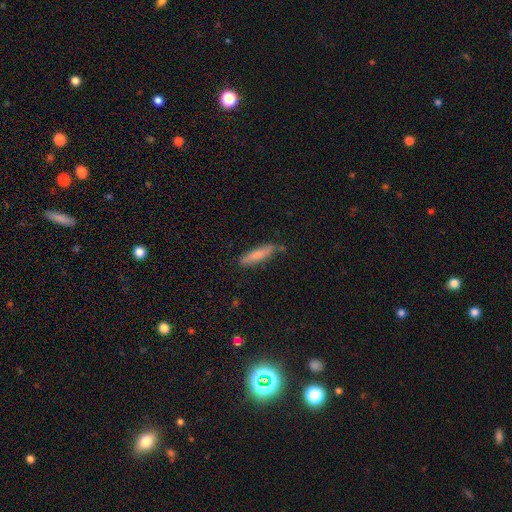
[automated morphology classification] Smooth or featured: smooth — 70% (featured or disk — 23%)
How rounded: cigar-shaped — 80% (in between — 18%)
Merging: none — 83% (minor disturbance — 13%)